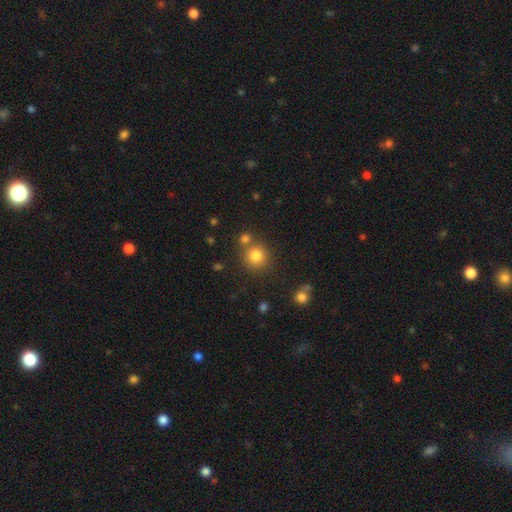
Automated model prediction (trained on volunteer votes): This appears to be a smooth galaxy with no disk features (81%) that is round (91%). Merging: none (73%).